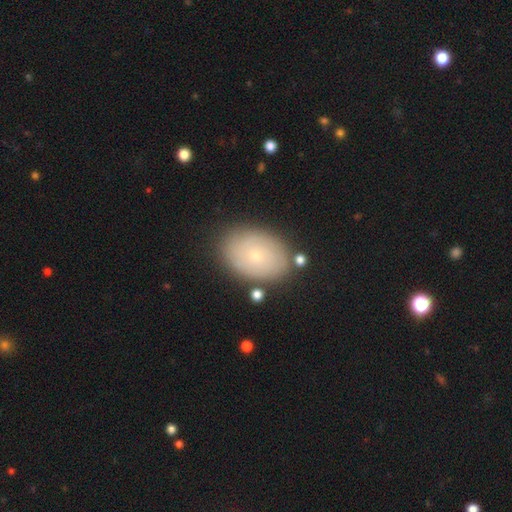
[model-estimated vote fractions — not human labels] smooth_or_featured: smooth (p=0.65) [alt: featured or disk p=0.26]
how_rounded: in between (p=0.80) [alt: round p=0.19]
merging: none (p=0.83) [alt: minor disturbance p=0.12]